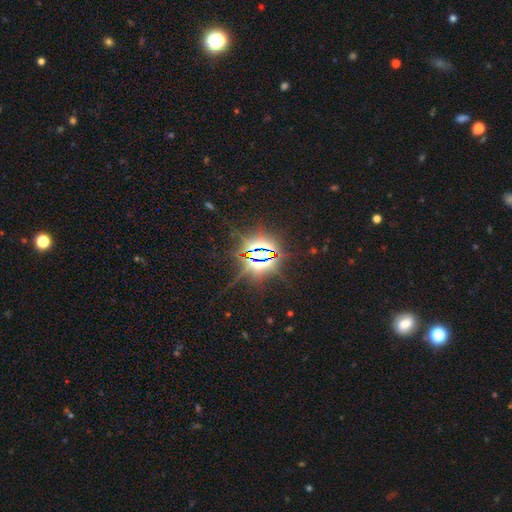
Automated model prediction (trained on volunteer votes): star or artifact 86%, smooth 8%, featured or disk 6%.